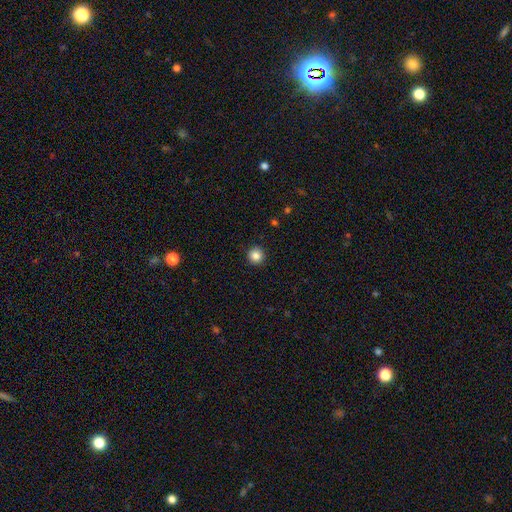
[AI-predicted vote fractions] The model was most divided on "smooth or featured": smooth: 85%, star or artifact: 11%, featured or disk: 4%. More confident: how rounded — round (96%); merging — none (93%).